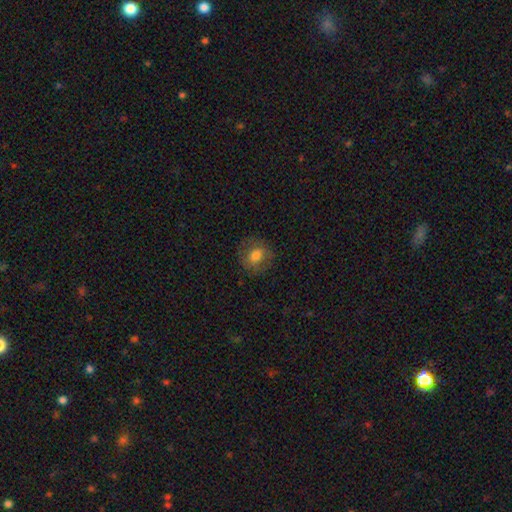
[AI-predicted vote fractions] This appears to be a smooth galaxy with no disk features (74%) that is round (82%). Merging: none (82%).